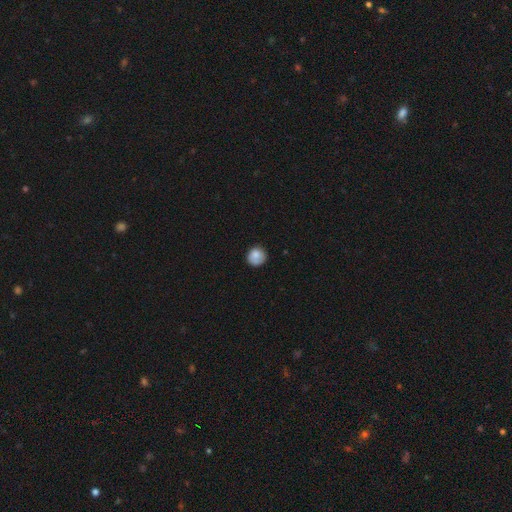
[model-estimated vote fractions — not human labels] This is clearly a smooth galaxy (80%). How rounded: clearly round (91%). Merging: likely none (76%).